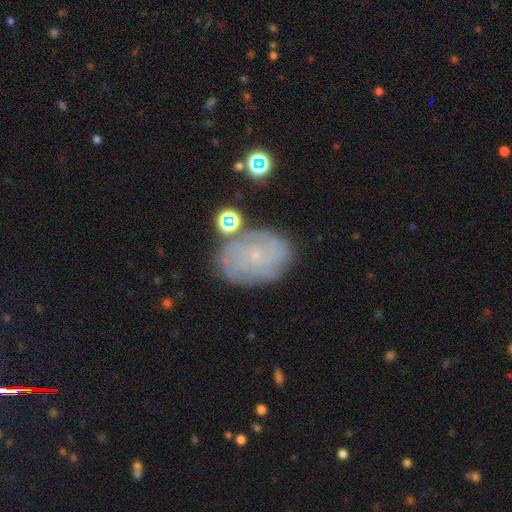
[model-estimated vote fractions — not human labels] The model was most divided on "smooth or featured": featured or disk: 61%, smooth: 26%, star or artifact: 13%. More confident: edge-on disk — no (96%); bulge size — small (86%); spiral arms — yes (82%); bar — no (80%); merging — none (71%).